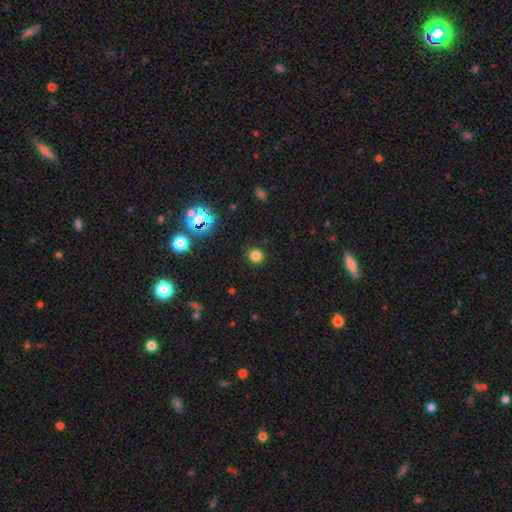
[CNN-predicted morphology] Q: Smooth or featured?
A: smooth (78%); runner-up: star or artifact (17%)
Q: How rounded?
A: round (91%); runner-up: in between (8%)
Q: Merging?
A: none (91%); runner-up: minor disturbance (6%)